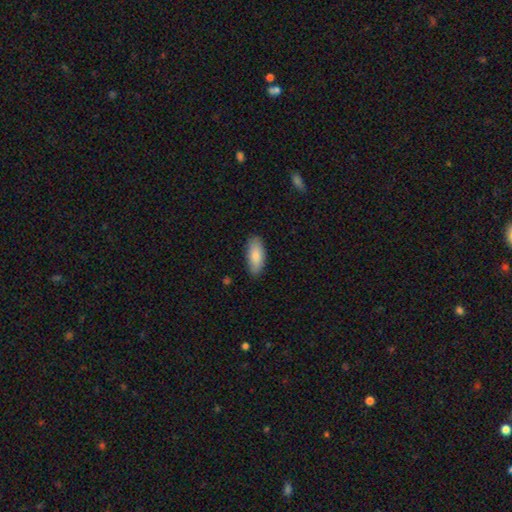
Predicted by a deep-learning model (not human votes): A smooth galaxy with no disk features (85%) that is in between round and cigar-shaped (86%). Merging: none (83%).